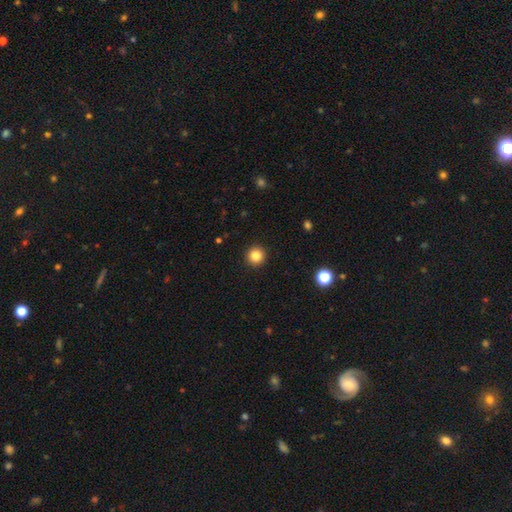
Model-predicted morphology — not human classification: smooth_or_featured: smooth (p=0.83) [alt: star or artifact p=0.12]
how_rounded: round (p=0.95) [alt: in between p=0.04]
merging: none (p=0.93) [alt: minor disturbance p=0.04]